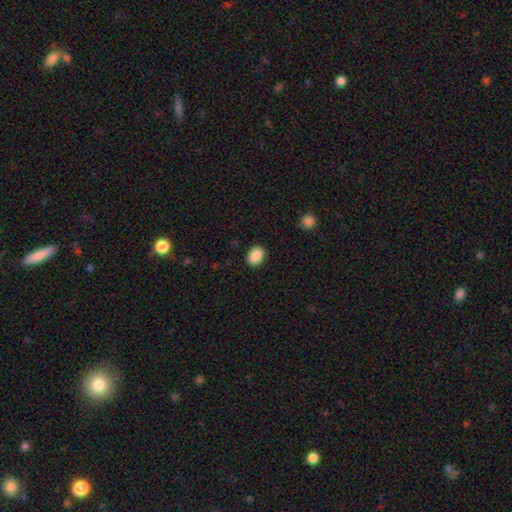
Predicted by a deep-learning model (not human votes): smooth_or_featured: smooth (p=0.90) [alt: star or artifact p=0.08]
how_rounded: in between (p=0.71) [alt: round p=0.28]
merging: none (p=0.89) [alt: minor disturbance p=0.07]